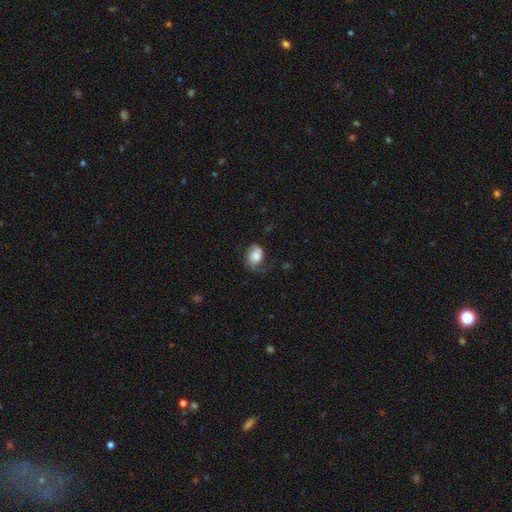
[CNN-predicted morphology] Q: Smooth or featured?
A: smooth (69%); runner-up: featured or disk (22%)
Q: How rounded?
A: in between (66%); runner-up: round (33%)
Q: Merging?
A: none (40%); runner-up: minor disturbance (32%)